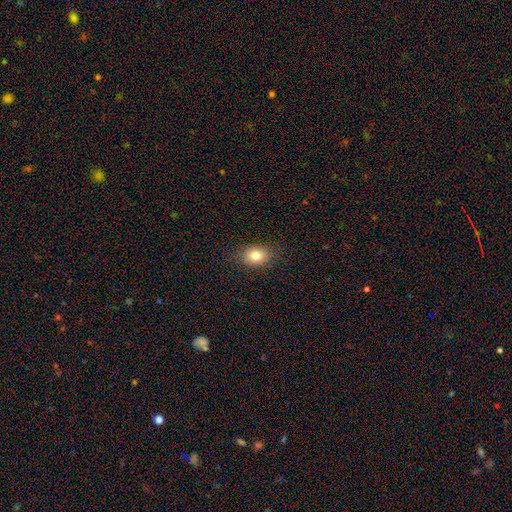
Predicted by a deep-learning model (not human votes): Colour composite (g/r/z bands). It shows a smooth galaxy with no disk features (80%) that is in between round and cigar-shaped (64%). Merging: none (85%).